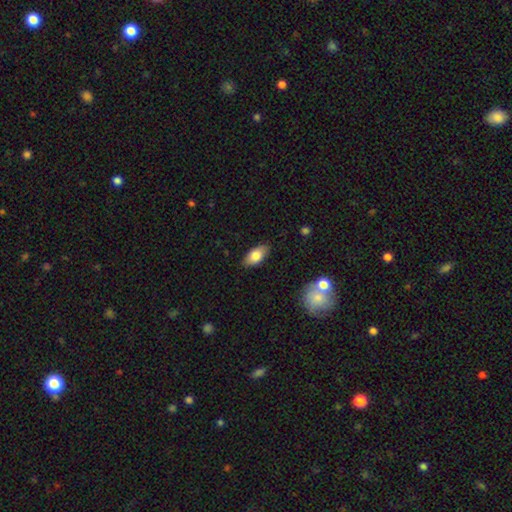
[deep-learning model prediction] Smooth or featured? Predicted: smooth (p=0.79). How rounded? Predicted: in between (p=0.91). Merging? Predicted: none (p=0.85).